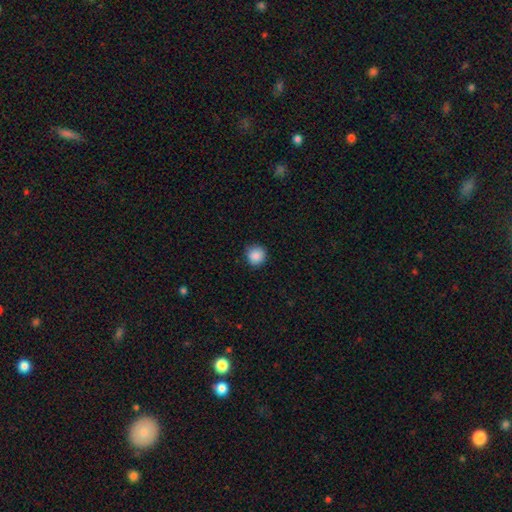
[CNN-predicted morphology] A smooth galaxy with no disk features (88%) that is round (93%).

Vote fractions:
- Smooth or featured? smooth: 88% / star or artifact: 9% / featured or disk: 3%
- How rounded? round: 93% / in between: 6% / cigar-shaped: 1%
- Merging? none: 87% / minor disturbance: 9% / major disturbance: 2% / merger: 1%